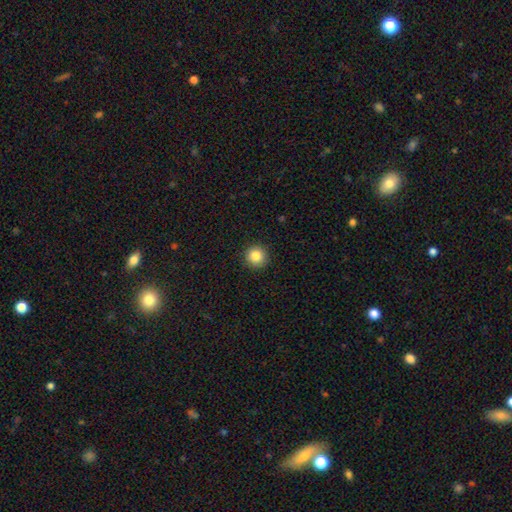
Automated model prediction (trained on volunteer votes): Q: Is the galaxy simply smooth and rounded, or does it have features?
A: smooth — 84%.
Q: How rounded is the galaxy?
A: round — 95%.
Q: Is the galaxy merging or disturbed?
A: none — 92%.